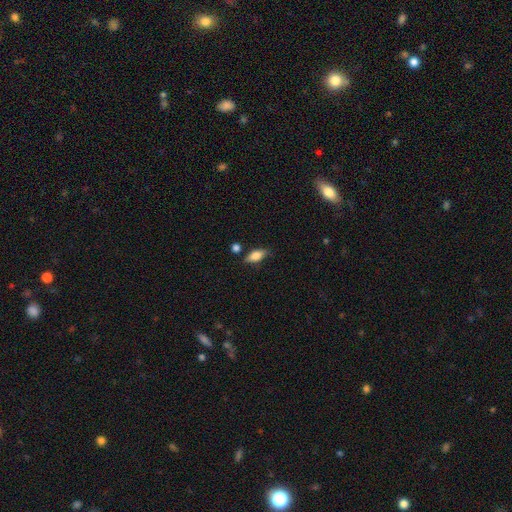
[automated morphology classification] The model was most divided on "smooth or featured": smooth: 74%, featured or disk: 19%, star or artifact: 7%. More confident: how rounded — in between (82%); merging — none (77%).